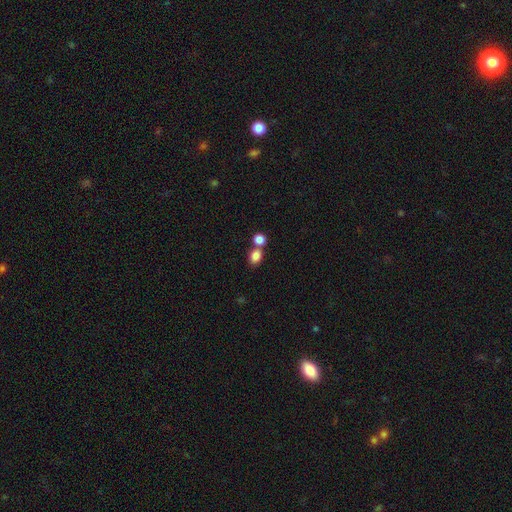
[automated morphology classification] smooth_or_featured: smooth (p=0.84) [alt: star or artifact p=0.10]
how_rounded: in between (p=0.58) [alt: round p=0.41]
merging: none (p=0.49) [alt: merger p=0.39]